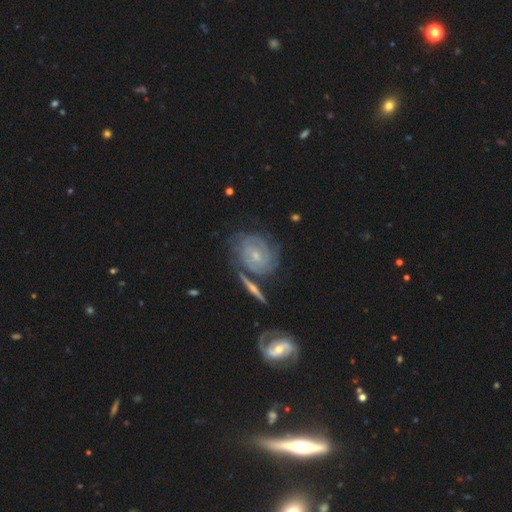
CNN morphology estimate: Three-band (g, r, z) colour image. It shows a featured or disk galaxy (83%) with no bar (59%), tight (71%) spiral arms (94%) and a small central bulge (64%). Merging: none (61%).